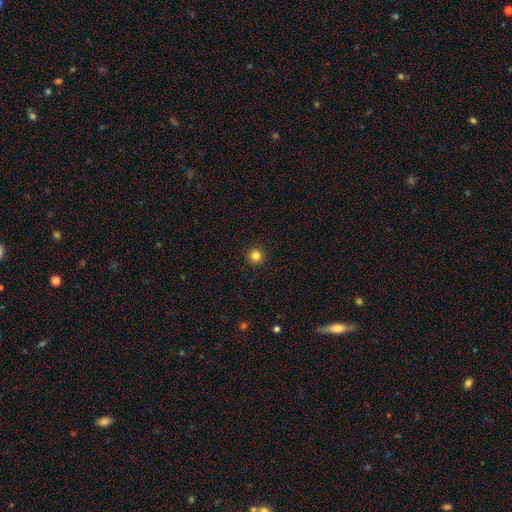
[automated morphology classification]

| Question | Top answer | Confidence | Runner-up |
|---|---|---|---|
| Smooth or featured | smooth | 82% | star or artifact (13%) |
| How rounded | round | 96% | in between (3%) |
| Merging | none | 93% | minor disturbance (4%) |